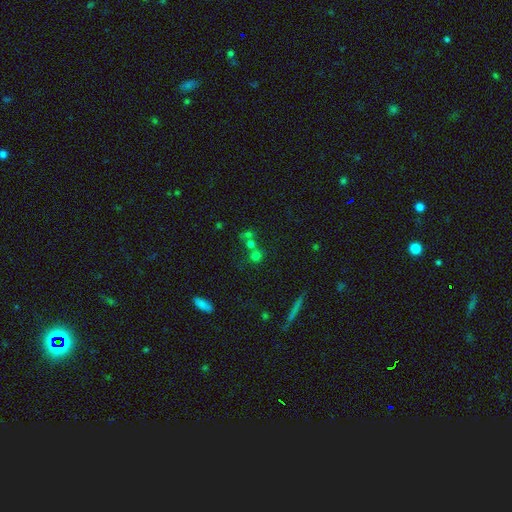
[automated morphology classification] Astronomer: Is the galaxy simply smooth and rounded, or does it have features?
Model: smooth — 62%.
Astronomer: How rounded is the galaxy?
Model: round — 85%.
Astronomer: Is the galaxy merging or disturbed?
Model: none — 46% (runner-up: merger, 43%).